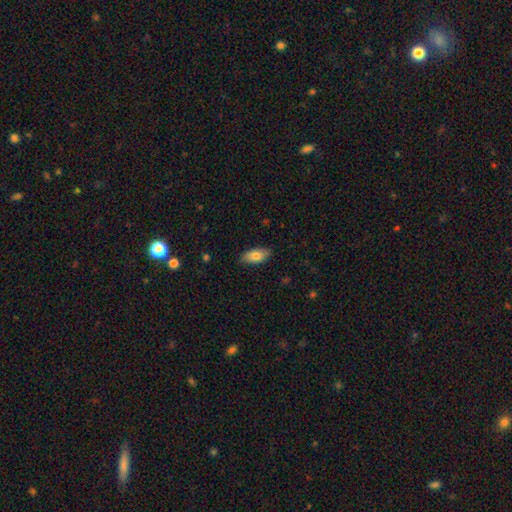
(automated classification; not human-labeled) Morphology: type=smooth (81%); roundness=in between (89%); merging=none (84%).